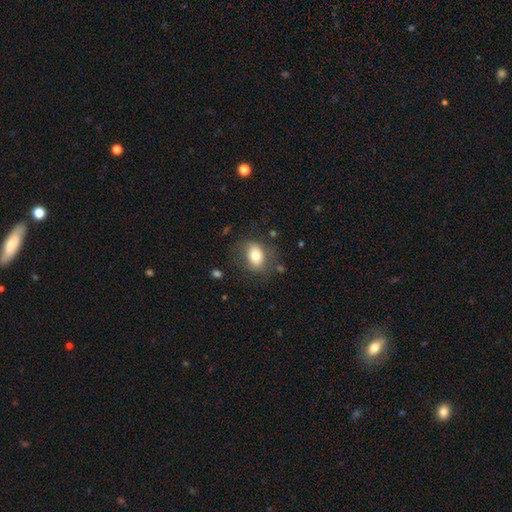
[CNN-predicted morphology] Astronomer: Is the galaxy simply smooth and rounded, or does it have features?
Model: smooth — 74%.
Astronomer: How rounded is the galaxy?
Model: in between — 71%.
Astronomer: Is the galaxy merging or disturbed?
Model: none — 71%.